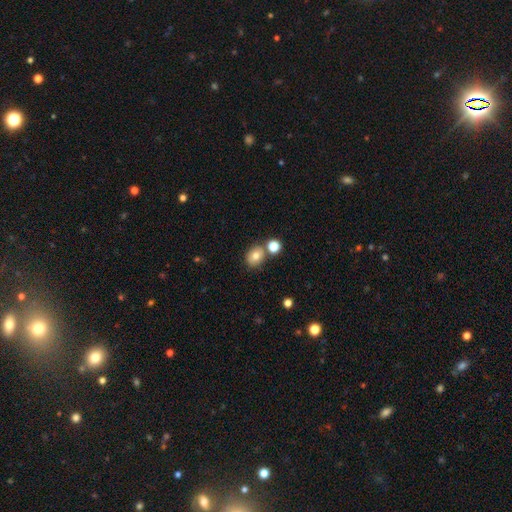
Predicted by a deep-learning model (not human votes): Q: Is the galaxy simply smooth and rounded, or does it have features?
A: smooth — 79%.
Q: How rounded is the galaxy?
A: in between — 50%.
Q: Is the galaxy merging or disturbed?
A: none — 68%.